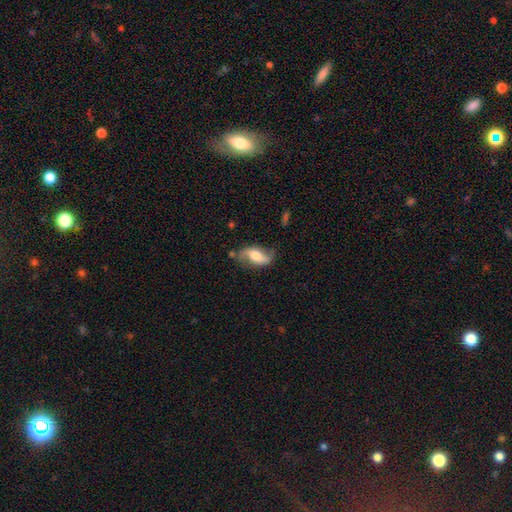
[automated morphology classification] Overall: featured or disk (71%). Edge-on disk: no (92%). Bar: no (43%; weak 36%). Spiral arms: yes (90%). Spiral arm count: 2 (90%). Spiral winding: loose (76%). Bulge size: moderate (57%; large 23%). Merging: none (67%).